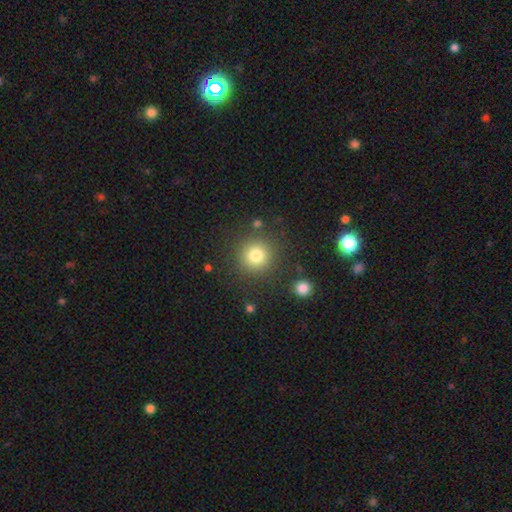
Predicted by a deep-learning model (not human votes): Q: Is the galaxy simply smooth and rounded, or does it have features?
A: smooth — 79%.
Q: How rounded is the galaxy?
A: round — 94%.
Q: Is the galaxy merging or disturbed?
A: none — 86%.